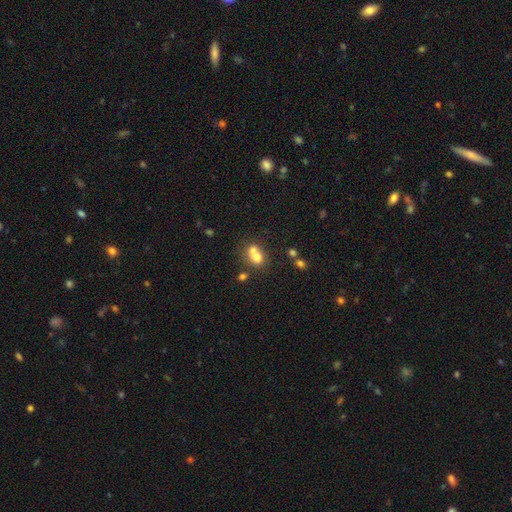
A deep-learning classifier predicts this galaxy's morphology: smooth-or-featured: smooth: 69% | featured or disk: 19% | star or artifact: 12%
  how-rounded: round: 58% | in between: 41% | cigar-shaped: 1%
  merging: merger: 60% | none: 27% | minor disturbance: 8% | major disturbance: 5%